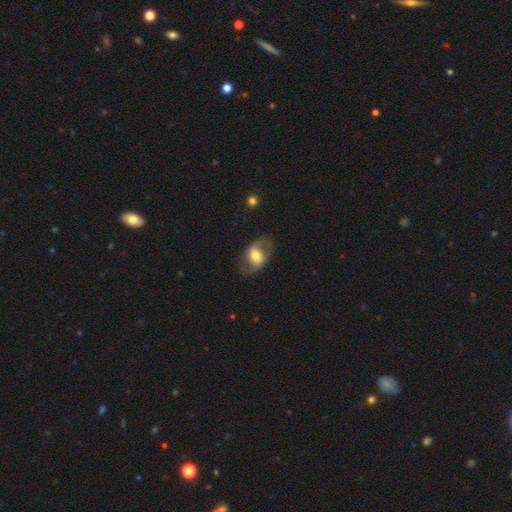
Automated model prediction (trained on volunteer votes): Q: Smooth or featured?
A: featured or disk (56%); runner-up: smooth (37%)
Q: Edge-on disk?
A: no (94%); runner-up: yes (6%)
Q: Bar?
A: no (39%); runner-up: weak (38%)
Q: Spiral arms?
A: yes (72%); runner-up: no (28%)
Q: Bulge size?
A: moderate (58%); runner-up: large (19%)
Q: Merging?
A: none (69%); runner-up: minor disturbance (17%)